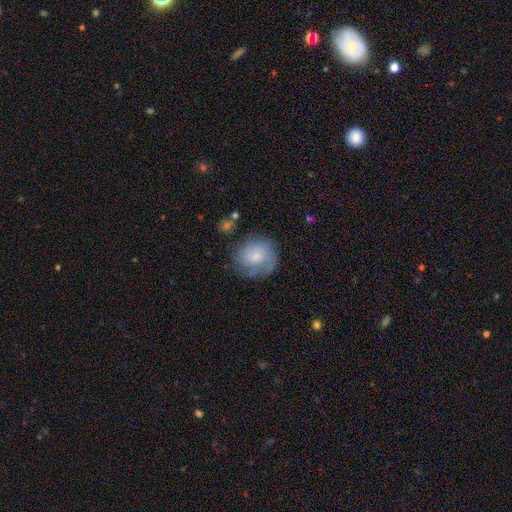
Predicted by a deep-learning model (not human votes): Smooth or featured? Predicted: smooth (p=0.57). How rounded? Predicted: round (p=0.82). Merging? Predicted: none (p=0.65).